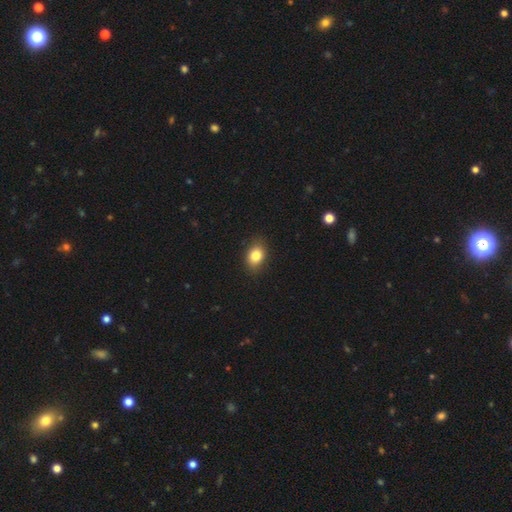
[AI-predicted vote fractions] Overall: smooth (83%). How rounded: in between (66%; round 32%). Merging: none (86%).